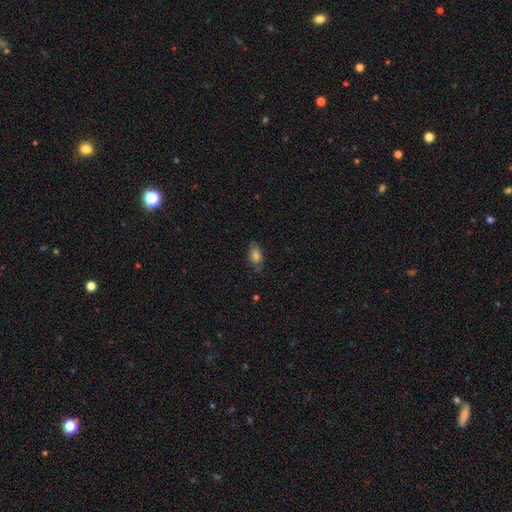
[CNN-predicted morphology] Smooth or featured: smooth — 73% (featured or disk — 16%)
How rounded: in between — 85% (round — 10%)
Merging: none — 69% (minor disturbance — 23%)